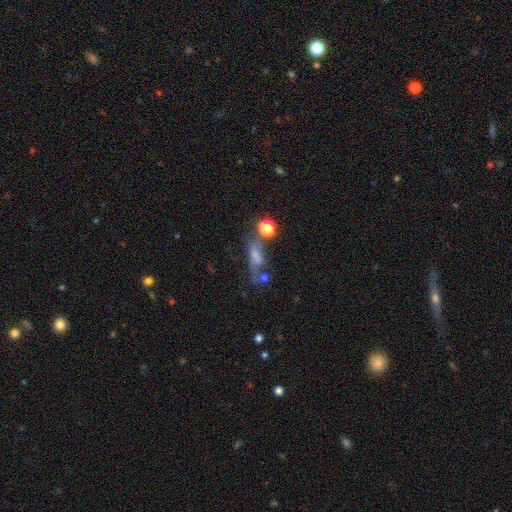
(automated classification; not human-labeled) Smooth or featured? smooth (43%)
Merging? none (44%)